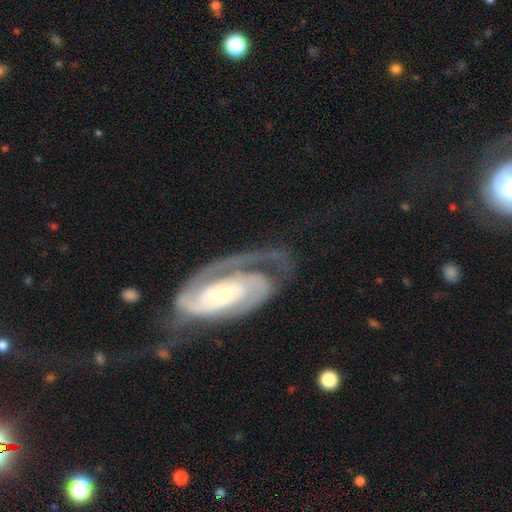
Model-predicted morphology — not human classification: Smooth or featured?
  - featured or disk: 88% *
  - smooth: 6%
  - star or artifact: 6%
Edge-on disk?
  - no: 95% *
  - yes: 5%
Bar?
  - no: 46% *
  - weak: 33%
  - strong: 20%
Spiral arms?
  - yes: 97% *
  - no: 3%
Spiral winding?
  - tight: 62% *
  - medium: 30%
  - loose: 8%
Spiral arm count?
  - 2: 66% *
  - 1: 13%
  - can't tell: 10%
  - 3: 6%
  - 4: 3%
  - more than 4: 3%
Bulge size?
  - moderate: 41% *
  - small: 34%
  - large: 16%
  - none: 6%
  - dominant: 3%
Merging?
  - none: 58% *
  - major disturbance: 20%
  - minor disturbance: 19%
  - merger: 3%